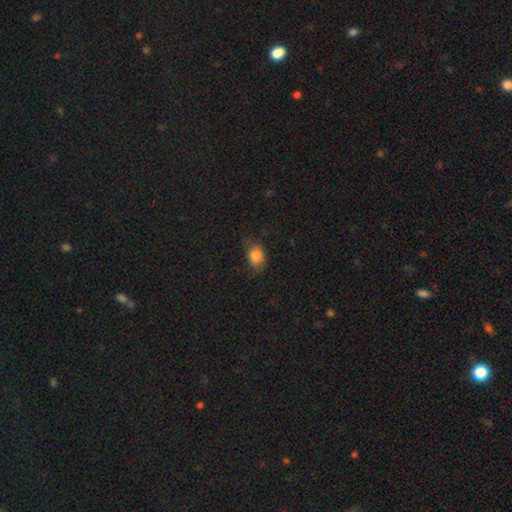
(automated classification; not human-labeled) This is clearly a smooth galaxy (85%). How rounded: likely in between (70%). Merging: likely none (62%).